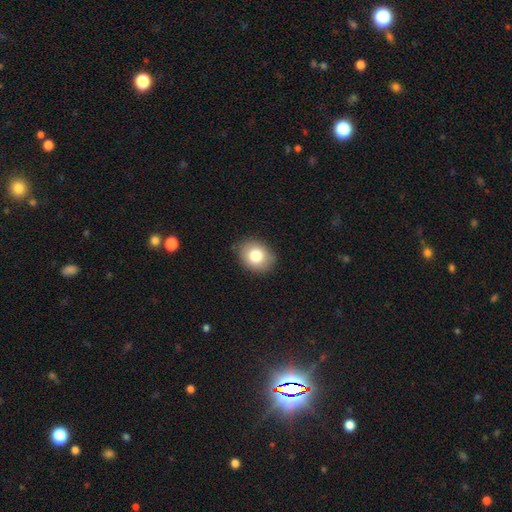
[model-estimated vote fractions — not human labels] smooth 81%, featured or disk 11%, star or artifact 8%. Down the decision tree: how rounded — in between (52%); merging — none (85%).